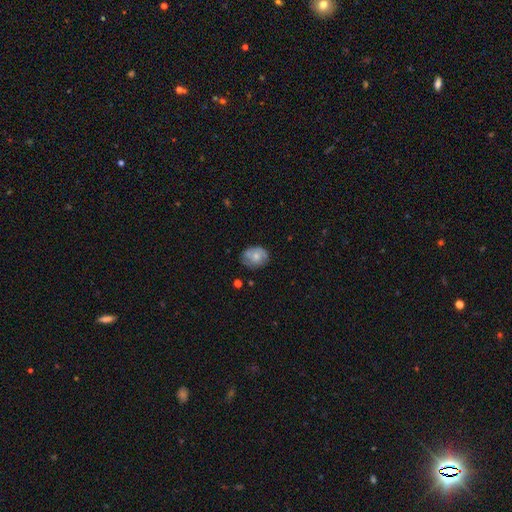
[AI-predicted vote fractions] Q: Smooth or featured?
A: smooth (55%); runner-up: featured or disk (37%)
Q: How rounded?
A: in between (53%); runner-up: round (46%)
Q: Merging?
A: none (65%); runner-up: minor disturbance (25%)